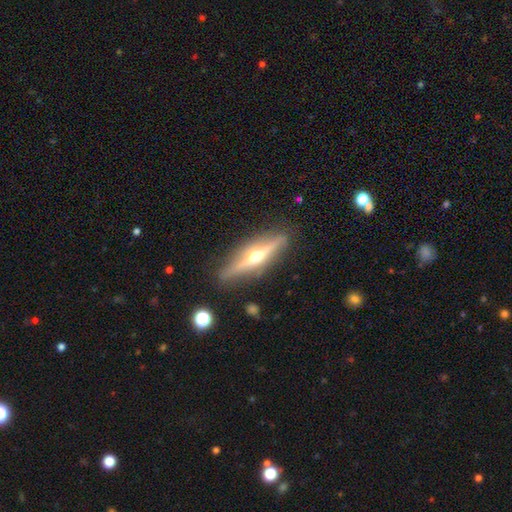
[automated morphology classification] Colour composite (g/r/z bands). It shows a featured or disk galaxy (75%) viewed edge-on (95%) with a rounded central bulge (94%). Merging: none (85%).